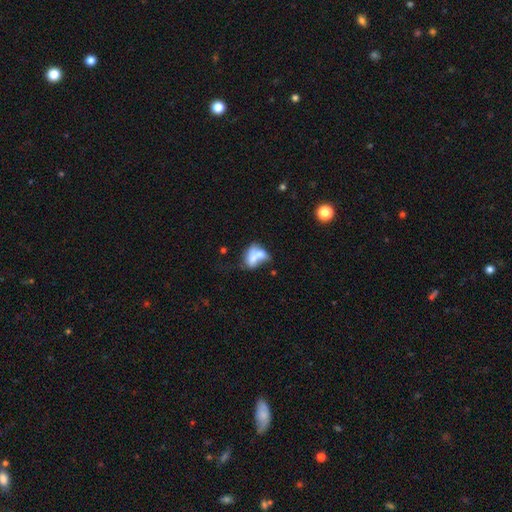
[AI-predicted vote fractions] Smooth or featured: smooth — 58% (featured or disk — 32%)
How rounded: in between — 76% (round — 17%)
Merging: merger — 58% (none — 18%)